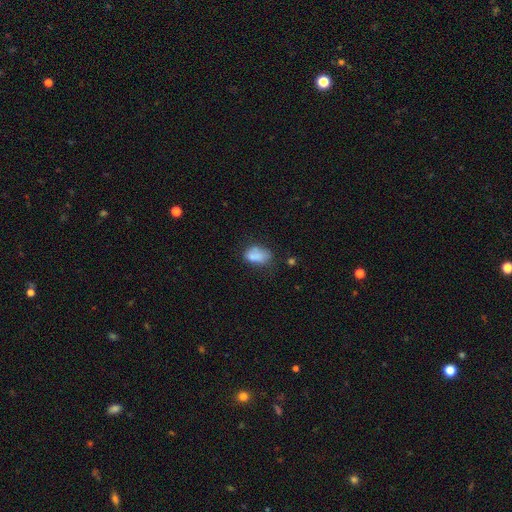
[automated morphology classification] type=smooth (76%); roundness=in between (87%); merging=none (43%).